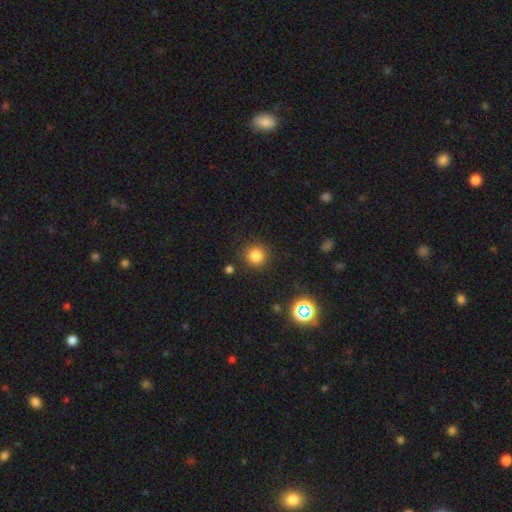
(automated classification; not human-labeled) Smooth or featured? smooth (81%)
How rounded? round (93%)
Merging? none (87%)